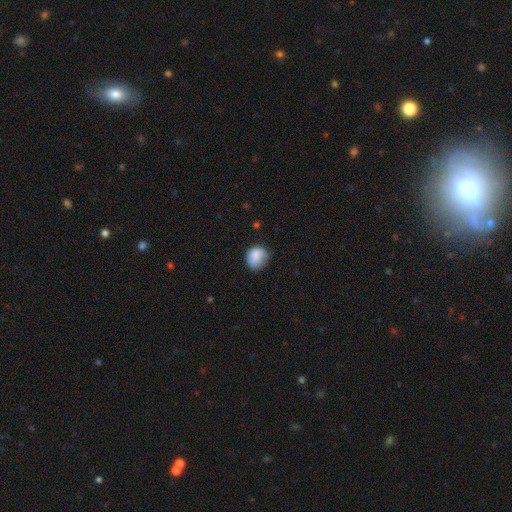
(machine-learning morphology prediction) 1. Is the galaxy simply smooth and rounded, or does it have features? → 83% smooth, 9% featured or disk, 8% star or artifact.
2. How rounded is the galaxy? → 71% round, 28% in between, 1% cigar-shaped.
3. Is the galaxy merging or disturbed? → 64% none, 27% minor disturbance, 7% major disturbance, 2% merger.